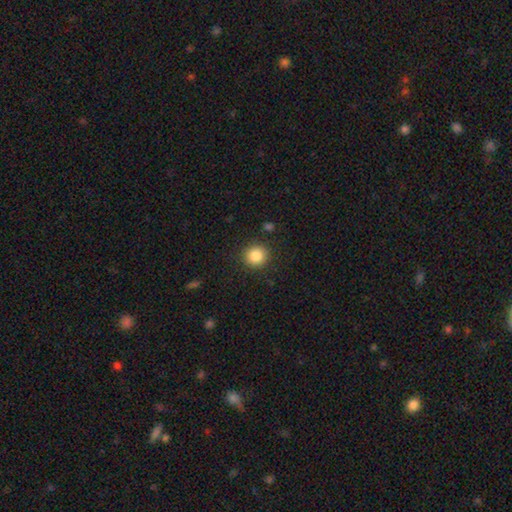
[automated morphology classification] smooth_or_featured: smooth (p=0.86) [alt: star or artifact p=0.10]
how_rounded: round (p=0.91) [alt: in between p=0.08]
merging: none (p=0.89) [alt: minor disturbance p=0.07]